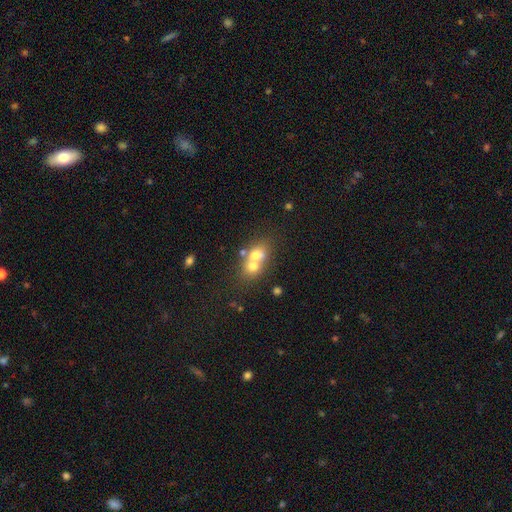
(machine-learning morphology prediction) Smooth or featured: smooth — 63% (featured or disk — 26%)
How rounded: round — 51% (in between — 47%)
Merging: merger — 66% (none — 24%)